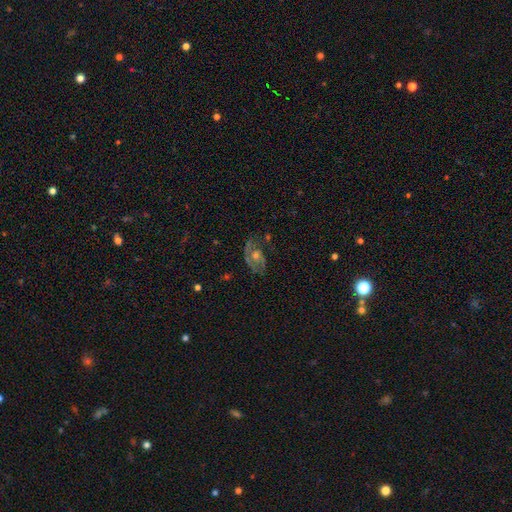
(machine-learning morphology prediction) Smooth or featured? Predicted: featured or disk (p=0.73). Edge-on disk? Predicted: no (p=0.96). Bar? Predicted: no (p=0.72). Spiral arms? Predicted: yes (p=0.84). Spiral winding? Predicted: medium (p=0.45). Spiral arm count? Predicted: 2 (p=0.61). Bulge size? Predicted: moderate (p=0.62). Merging? Predicted: none (p=0.67).